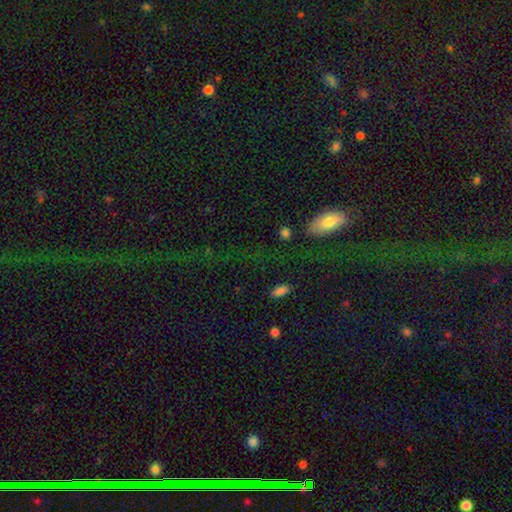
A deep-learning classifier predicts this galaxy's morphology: type=star or artifact (42%).